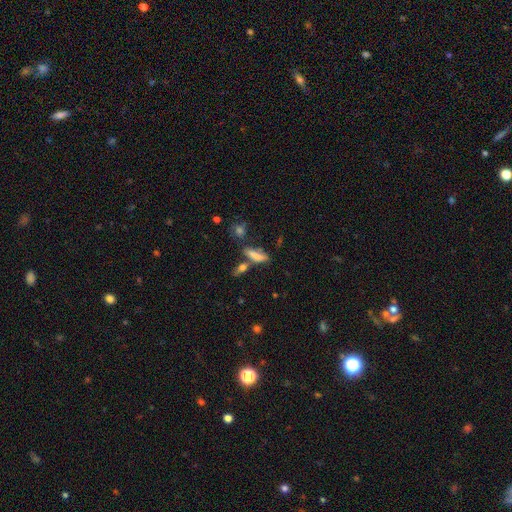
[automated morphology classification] A smooth galaxy with no disk features (72%) that is cigar-shaped (57%).

Vote fractions:
- Smooth or featured? smooth: 72% / featured or disk: 17% / star or artifact: 11%
- How rounded? cigar-shaped: 57% / in between: 40% / round: 4%
- Merging? none: 47% / merger: 24% / minor disturbance: 19% / major disturbance: 10%